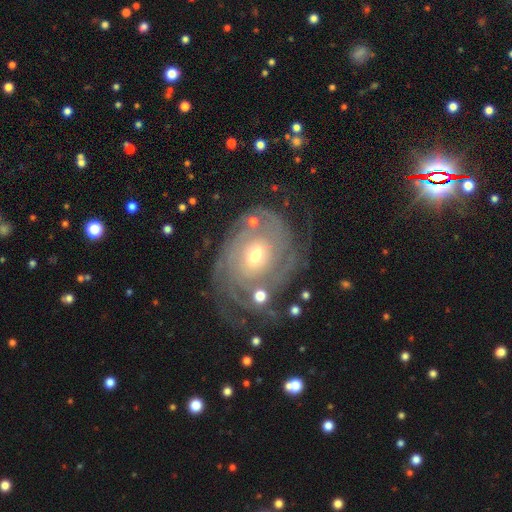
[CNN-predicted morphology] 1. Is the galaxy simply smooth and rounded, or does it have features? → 86% featured or disk, 8% smooth, 6% star or artifact.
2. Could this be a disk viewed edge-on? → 97% no, 3% yes.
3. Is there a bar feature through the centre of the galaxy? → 67% no, 26% weak, 7% strong.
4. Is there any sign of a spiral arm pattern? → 95% yes, 5% no.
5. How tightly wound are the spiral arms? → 76% tight, 19% medium, 5% loose.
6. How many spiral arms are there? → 35% can't tell, 23% 2, 17% 3, 11% 4, 7% more than 4, 6% 1.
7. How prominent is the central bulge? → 48% small, 47% moderate, 3% large, 1% none, 1% dominant.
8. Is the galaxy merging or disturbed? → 65% none, 18% minor disturbance, 12% major disturbance, 5% merger.